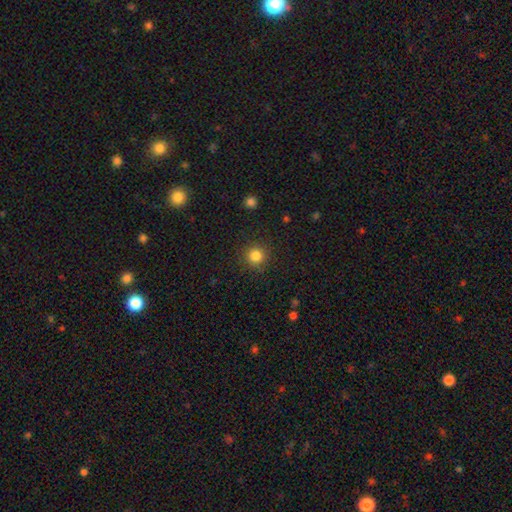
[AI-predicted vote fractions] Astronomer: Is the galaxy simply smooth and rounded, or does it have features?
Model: smooth — 83%.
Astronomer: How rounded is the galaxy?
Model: round — 94%.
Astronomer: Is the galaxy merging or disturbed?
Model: none — 90%.